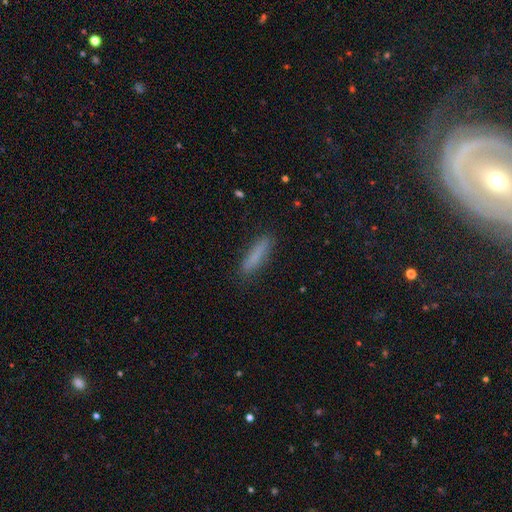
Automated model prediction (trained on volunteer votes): Morphology: type=smooth (80%); roundness=cigar-shaped (85%); merging=none (87%).